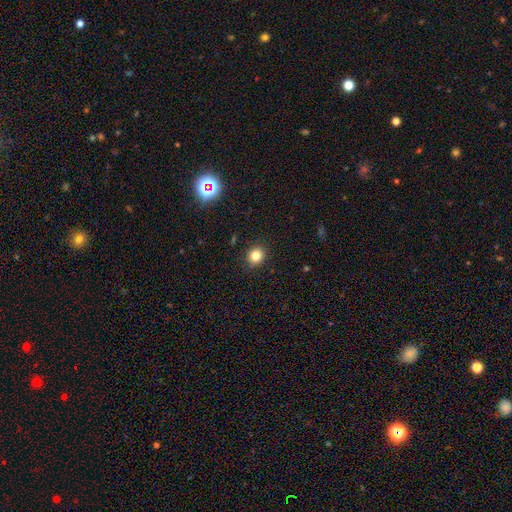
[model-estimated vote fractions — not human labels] The model was most divided on "how rounded": round: 81%, in between: 18%, cigar-shaped: 1%. More confident: merging — none (89%); smooth or featured — smooth (82%).